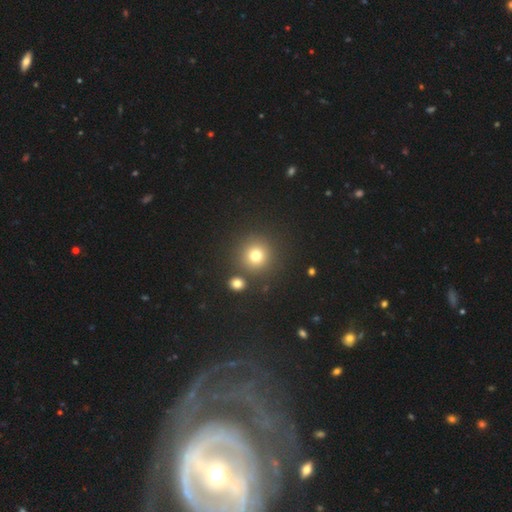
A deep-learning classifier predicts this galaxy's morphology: This is likely a smooth galaxy (75%). How rounded: clearly round (93%). Merging: clearly none (83%).